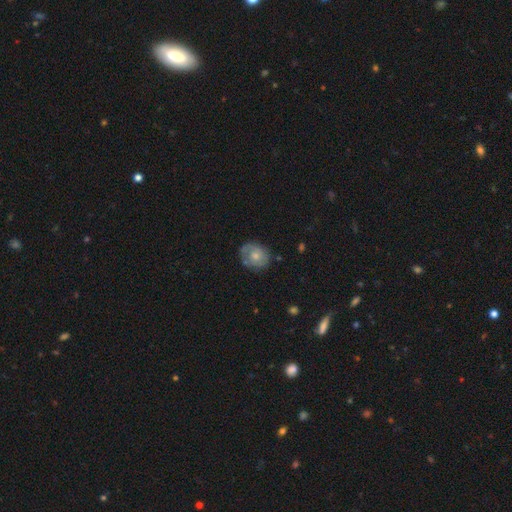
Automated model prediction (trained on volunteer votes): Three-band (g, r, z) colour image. It shows a featured or disk galaxy (48%). Merging: none (71%).